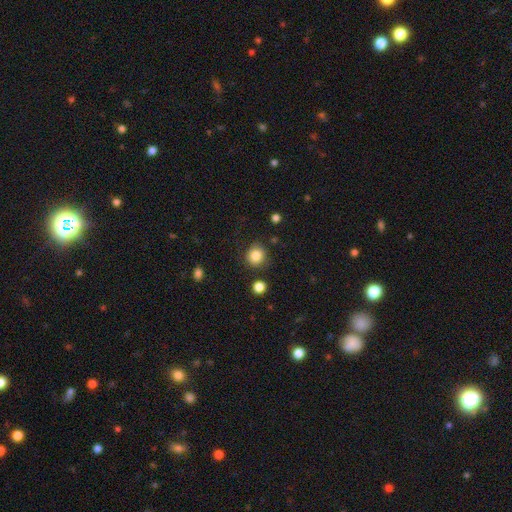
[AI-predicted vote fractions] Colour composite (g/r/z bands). It shows a smooth galaxy with no disk features (84%) that is round (88%). Merging: none (84%).